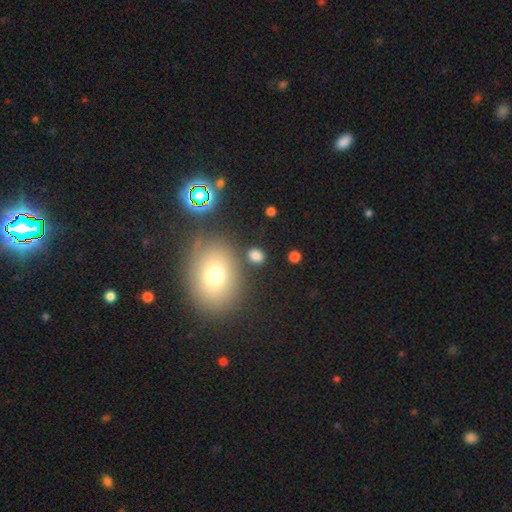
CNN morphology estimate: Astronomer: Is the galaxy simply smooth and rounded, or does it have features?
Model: smooth — 76%.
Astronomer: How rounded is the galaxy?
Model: in between — 54% (runner-up: round, 44%).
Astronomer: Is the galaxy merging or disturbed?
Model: none — 80%.